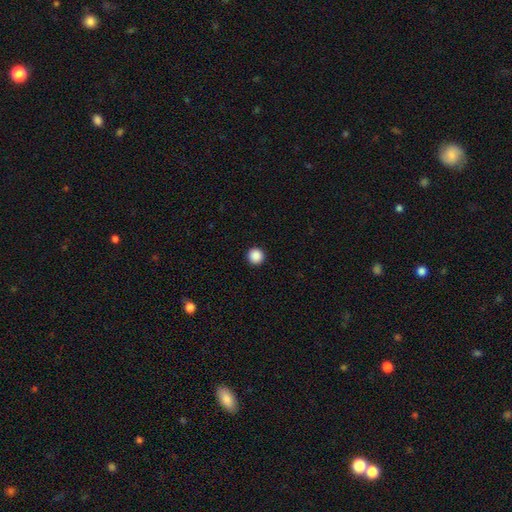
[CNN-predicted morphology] Smooth or featured? Predicted: smooth (p=0.88). How rounded? Predicted: round (p=0.96). Merging? Predicted: none (p=0.94).